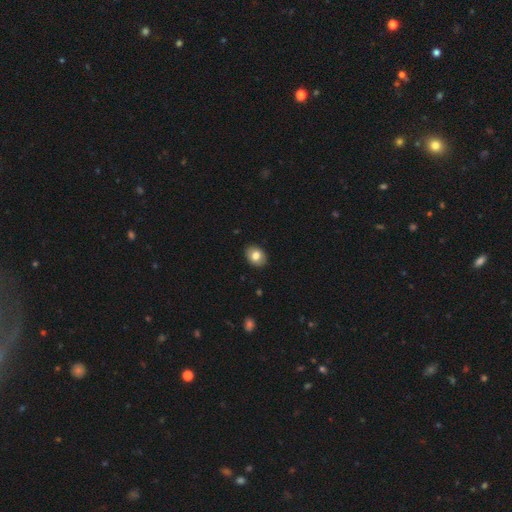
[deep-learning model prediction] This is likely a smooth galaxy (80%). How rounded: likely in between (65%). Merging: clearly none (89%).